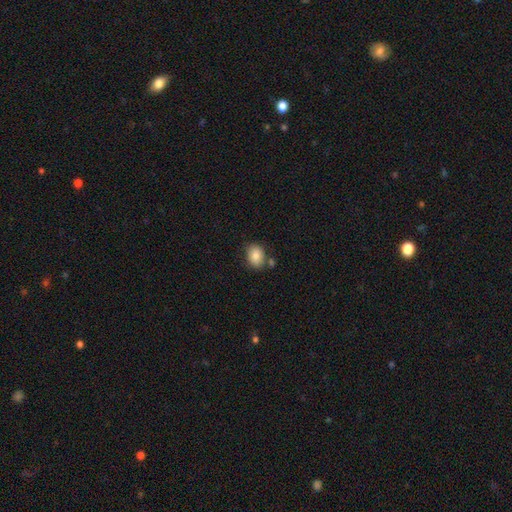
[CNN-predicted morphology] Overall: smooth (84%). How rounded: in between (67%; round 32%). Merging: none (74%).